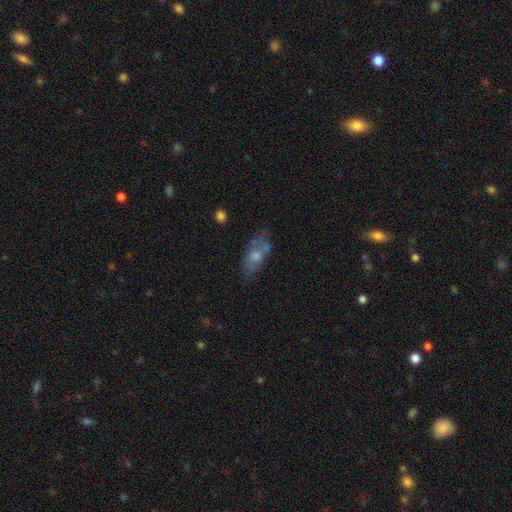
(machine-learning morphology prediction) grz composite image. It shows a smooth galaxy with no disk features (47%). Merging: none (56%).